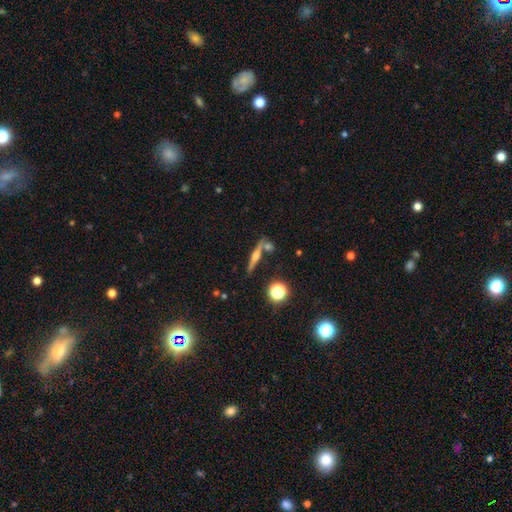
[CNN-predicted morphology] Overall: featured or disk (62%; smooth 26%). Edge-on disk: yes (95%). Edge-on bulge: rounded (84%). Merging: none (74%).